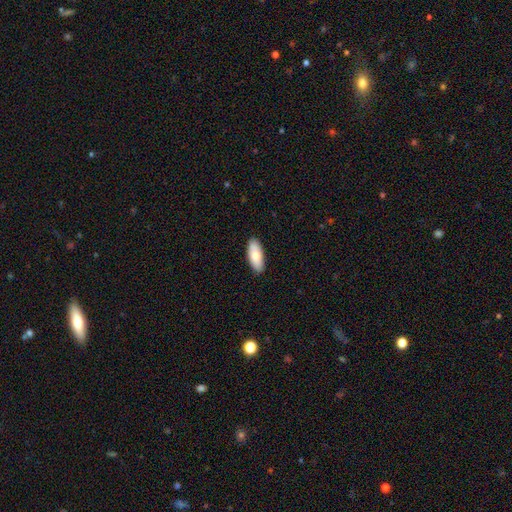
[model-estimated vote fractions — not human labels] This appears to be a smooth galaxy with no disk features (75%) that is in between round and cigar-shaped (83%). Merging: none (90%).